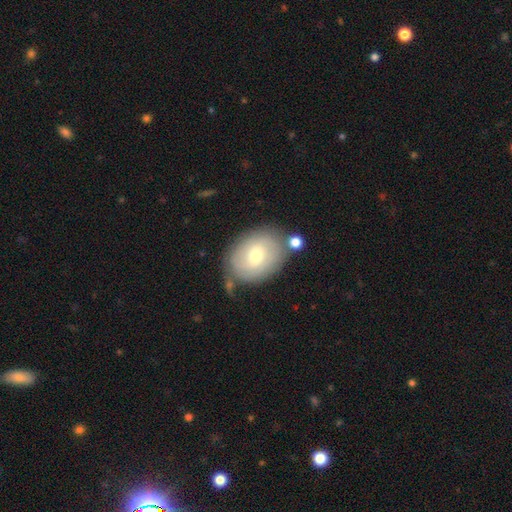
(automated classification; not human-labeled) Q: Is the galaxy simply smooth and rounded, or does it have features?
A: smooth — 56%.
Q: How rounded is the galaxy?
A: in between — 64%.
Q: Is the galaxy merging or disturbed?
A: none — 68%.